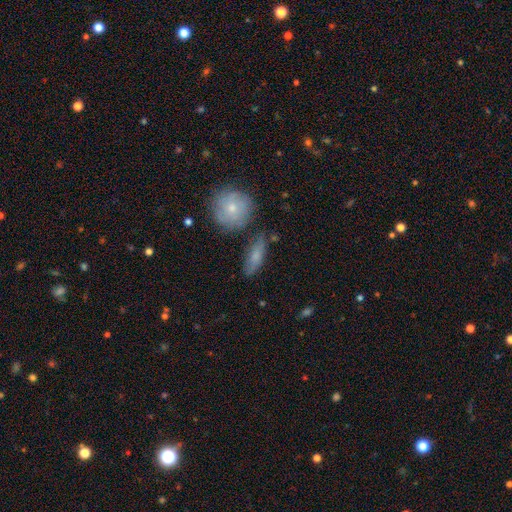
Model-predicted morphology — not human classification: smooth-or-featured: smooth: 67% | featured or disk: 25% | star or artifact: 8%
  how-rounded: in between: 54% | cigar-shaped: 39% | round: 7%
  merging: none: 73% | minor disturbance: 17% | merger: 6% | major disturbance: 4%